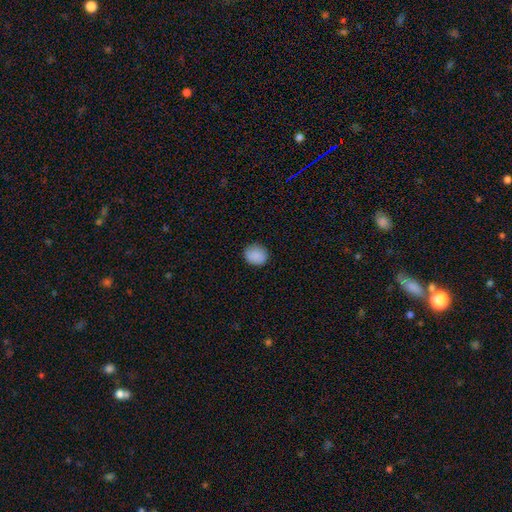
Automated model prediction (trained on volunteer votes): The model was most divided on "how rounded": round: 78%, in between: 21%, cigar-shaped: 1%. More confident: smooth or featured — smooth (89%); merging — none (87%).